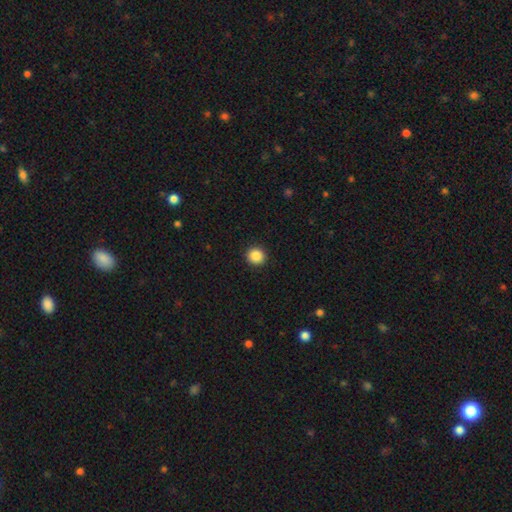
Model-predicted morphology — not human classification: Q: Smooth or featured?
A: smooth (87%); runner-up: star or artifact (10%)
Q: How rounded?
A: round (93%); runner-up: in between (6%)
Q: Merging?
A: none (93%); runner-up: minor disturbance (4%)